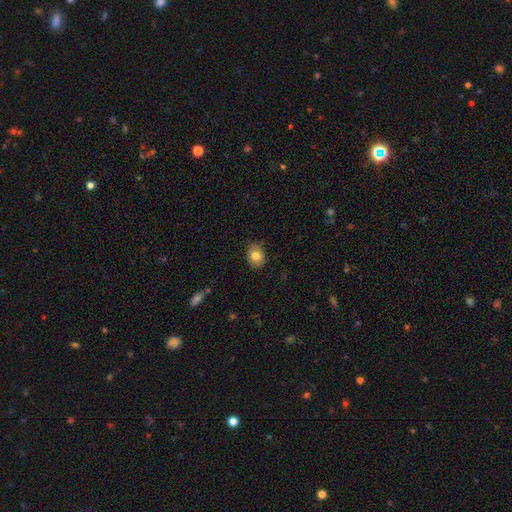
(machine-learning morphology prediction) Q: Smooth or featured?
A: smooth (79%); runner-up: featured or disk (12%)
Q: How rounded?
A: in between (63%); runner-up: round (36%)
Q: Merging?
A: none (82%); runner-up: minor disturbance (15%)